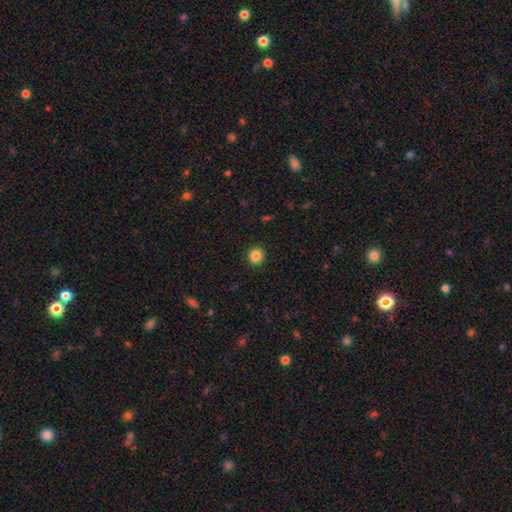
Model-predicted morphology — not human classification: A smooth galaxy with no disk features (86%) that is round (84%).

Vote fractions:
- Smooth or featured? smooth: 86% / star or artifact: 10% / featured or disk: 4%
- How rounded? round: 84% / in between: 15% / cigar-shaped: 1%
- Merging? none: 92% / minor disturbance: 6% / major disturbance: 2% / merger: 1%